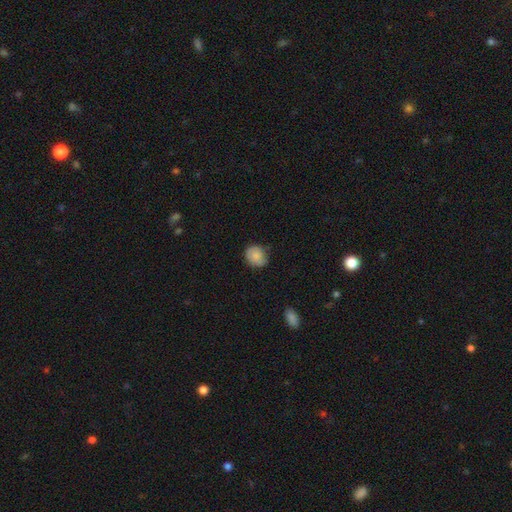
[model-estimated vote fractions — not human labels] Overall: smooth (80%). How rounded: round (70%). Merging: none (67%).